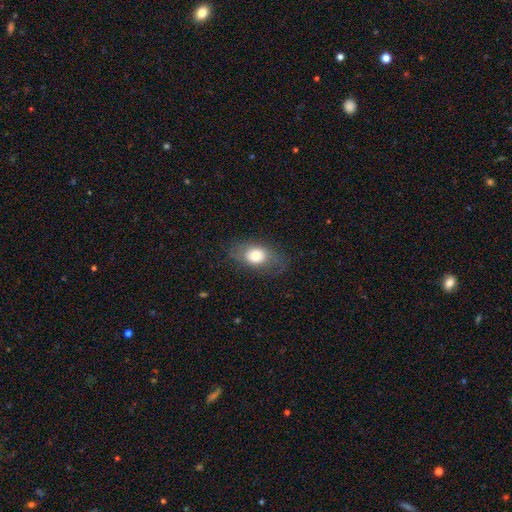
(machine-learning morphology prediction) smooth_or_featured: smooth (p=0.70) [alt: featured or disk p=0.21]
how_rounded: in between (p=0.70) [alt: round p=0.28]
merging: none (p=0.71) [alt: minor disturbance p=0.18]